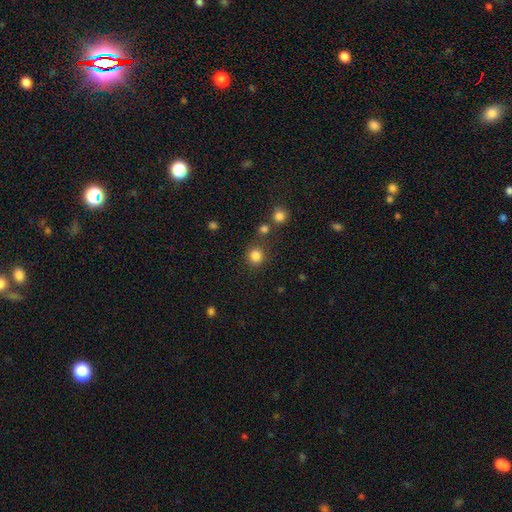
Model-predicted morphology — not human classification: smooth_or_featured: smooth (p=0.83) [alt: star or artifact p=0.13]
how_rounded: round (p=0.90) [alt: in between p=0.09]
merging: none (p=0.79) [alt: minor disturbance p=0.09]